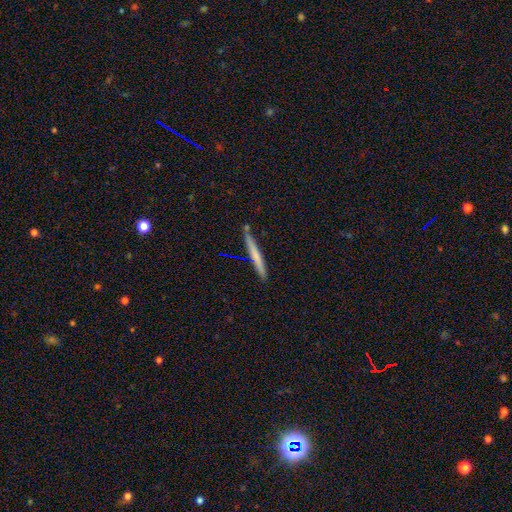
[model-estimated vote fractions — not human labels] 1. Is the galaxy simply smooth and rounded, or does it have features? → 62% smooth, 32% featured or disk, 6% star or artifact.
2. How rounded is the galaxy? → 96% cigar-shaped, 2% in between, 1% round.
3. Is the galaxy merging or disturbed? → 83% none, 11% minor disturbance, 4% merger, 2% major disturbance.